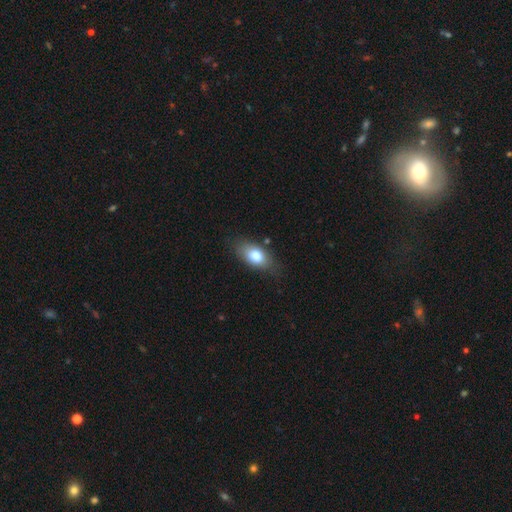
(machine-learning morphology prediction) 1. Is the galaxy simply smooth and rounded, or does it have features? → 78% smooth, 15% featured or disk, 7% star or artifact.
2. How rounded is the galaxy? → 87% in between, 7% round, 6% cigar-shaped.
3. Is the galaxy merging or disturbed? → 76% none, 18% minor disturbance, 4% major disturbance, 2% merger.